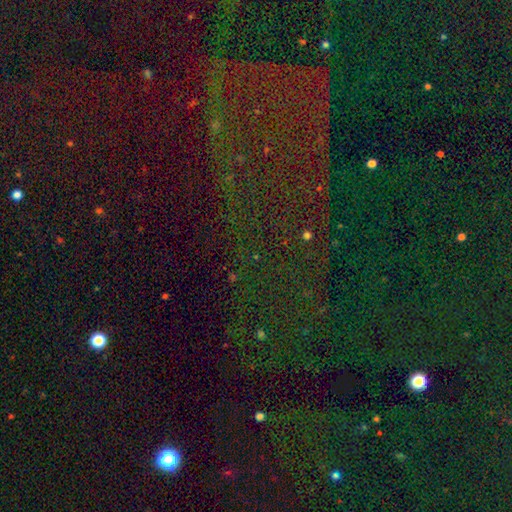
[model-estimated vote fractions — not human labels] Overall: star or artifact (81%).